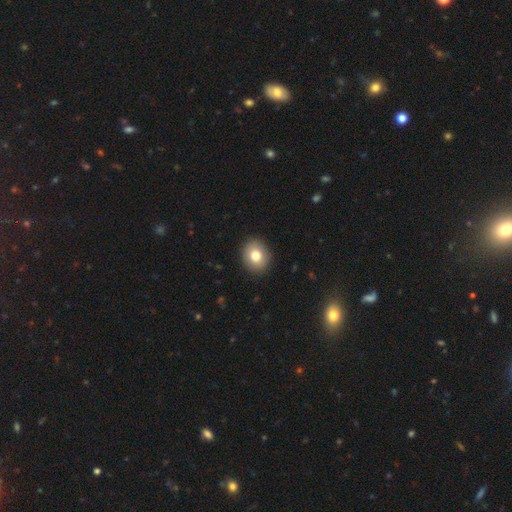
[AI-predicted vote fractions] smooth_or_featured: smooth (p=0.79) [alt: featured or disk p=0.12]
how_rounded: round (p=0.68) [alt: in between p=0.31]
merging: none (p=0.91) [alt: minor disturbance p=0.06]